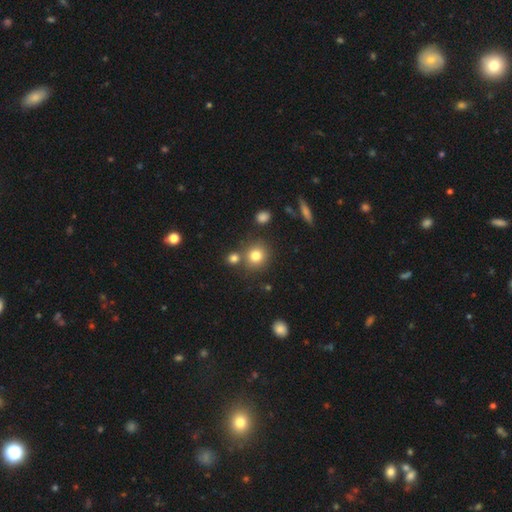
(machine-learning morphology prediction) The model was most divided on "merging": none: 72%, merger: 15%, minor disturbance: 9%, major disturbance: 3%. More confident: how rounded — round (85%); smooth or featured — smooth (79%).